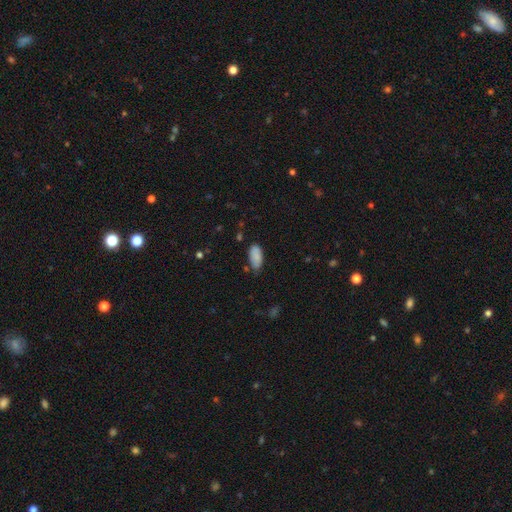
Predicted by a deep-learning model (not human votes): This is clearly a smooth galaxy (86%). How rounded: clearly in between (92%). Merging: likely none (66%).